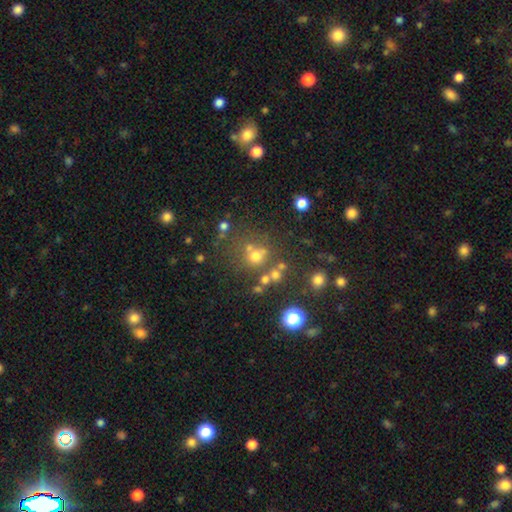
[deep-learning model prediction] A smooth galaxy with no disk features (58%) that is round (83%). Merging: none (57%).